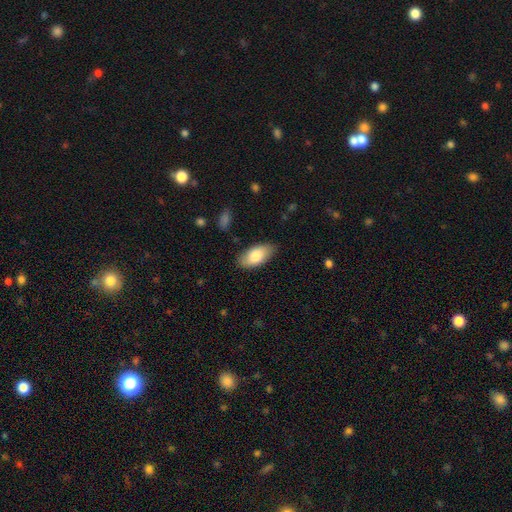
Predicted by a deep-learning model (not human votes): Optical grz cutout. It shows a smooth galaxy with no disk features (81%) that is in between round and cigar-shaped (93%). Merging: none (82%).